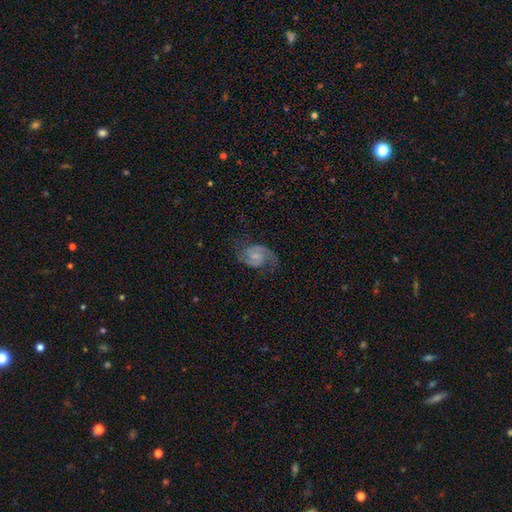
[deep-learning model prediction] A featured or disk galaxy (84%) with a weak bar (51%), 2 (91%) medium (56%) spiral arms (97%) and a small central bulge (50%). Merging: none (70%).